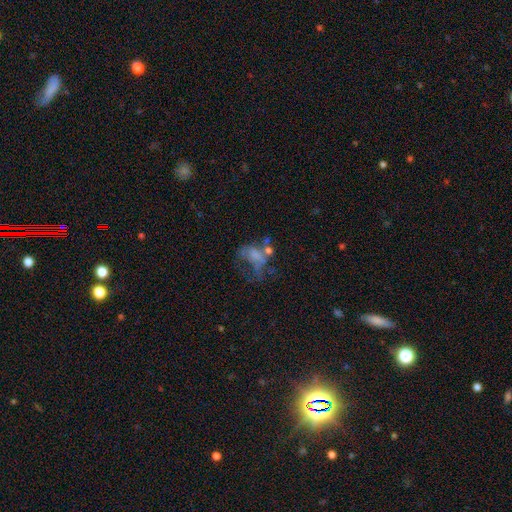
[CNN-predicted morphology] featured or disk 42% (tied), smooth 42% (tied), star or artifact 16%. Down the decision tree: merging — major disturbance (47%).